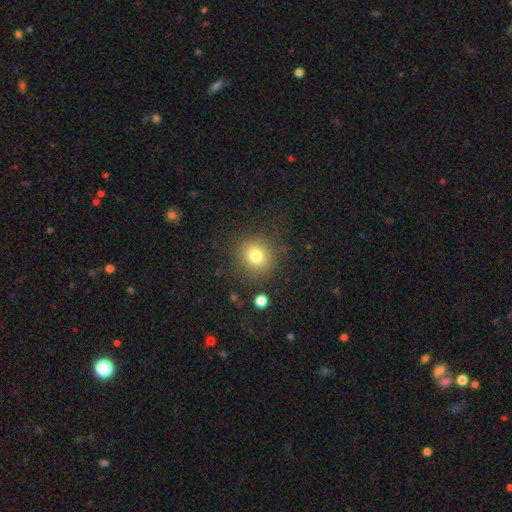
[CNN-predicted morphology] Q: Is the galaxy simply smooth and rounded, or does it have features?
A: smooth — 78%.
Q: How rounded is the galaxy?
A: round — 89%.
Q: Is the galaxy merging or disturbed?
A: none — 84%.